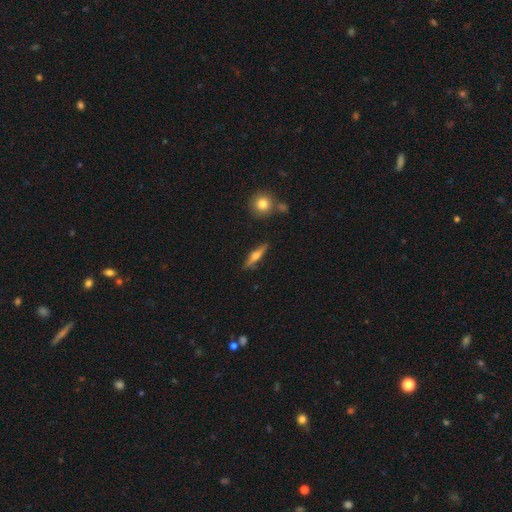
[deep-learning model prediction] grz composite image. It shows a featured or disk galaxy (59%) viewed edge-on (95%) with a rounded central bulge (91%). Merging: none (87%).